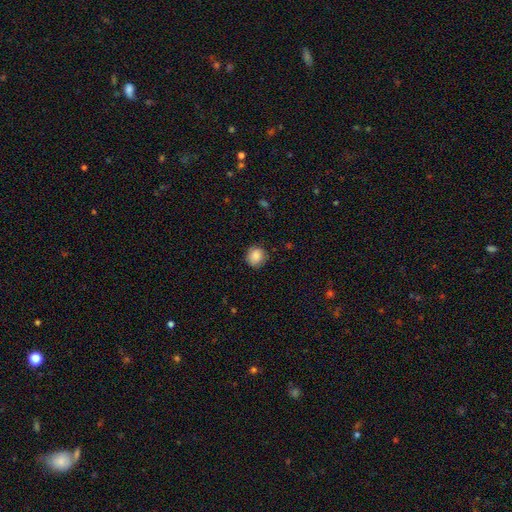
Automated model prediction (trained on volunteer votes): A smooth galaxy with no disk features (86%) that is round (88%).

Vote fractions:
- Smooth or featured? smooth: 86% / star or artifact: 9% / featured or disk: 5%
- How rounded? round: 88% / in between: 11% / cigar-shaped: 1%
- Merging? none: 83% / minor disturbance: 13% / major disturbance: 3% / merger: 1%